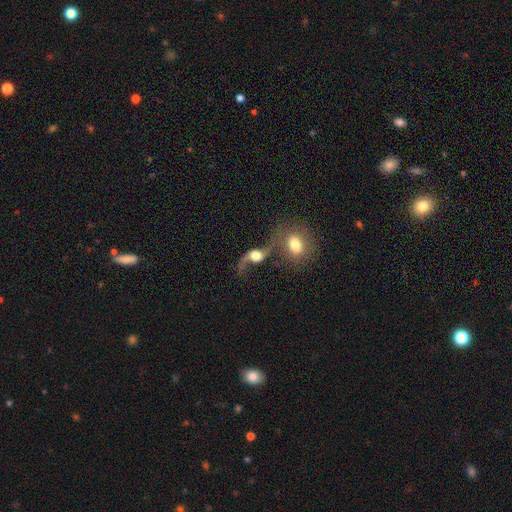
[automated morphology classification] smooth_or_featured: featured or disk (p=0.73) [alt: smooth p=0.18]
disk_edge_on: no (p=0.90) [alt: yes p=0.10]
bar: no (p=0.65) [alt: weak p=0.26]
has_spiral_arms: yes (p=0.89) [alt: no p=0.11]
spiral_winding: loose (p=0.91) [alt: medium p=0.07]
spiral_arm_count: 2 (p=0.90) [alt: 1 p=0.06]
bulge_size: large (p=0.44) [alt: moderate p=0.35]
merging: none (p=0.42) [alt: merger p=0.23]